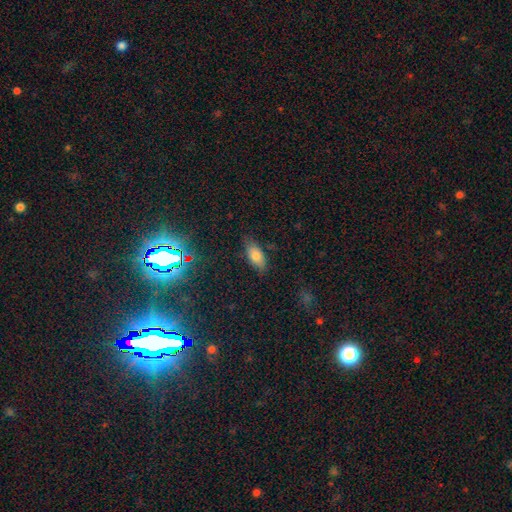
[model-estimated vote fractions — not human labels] smooth 76%, featured or disk 13%, star or artifact 10%. Down the decision tree: how rounded — in between (87%); merging — none (79%).